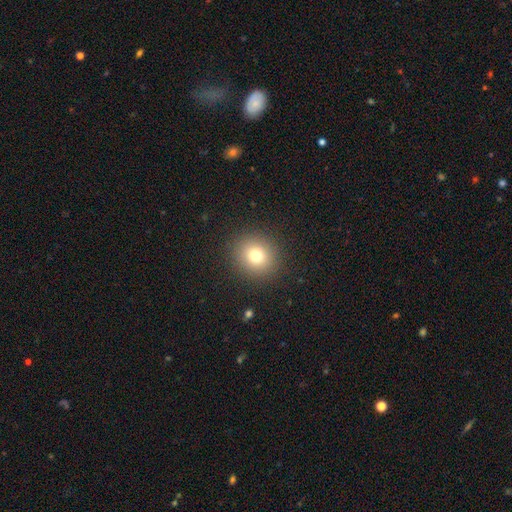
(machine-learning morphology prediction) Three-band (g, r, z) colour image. It shows a smooth galaxy with no disk features (77%) that is round (89%). Merging: none (90%).